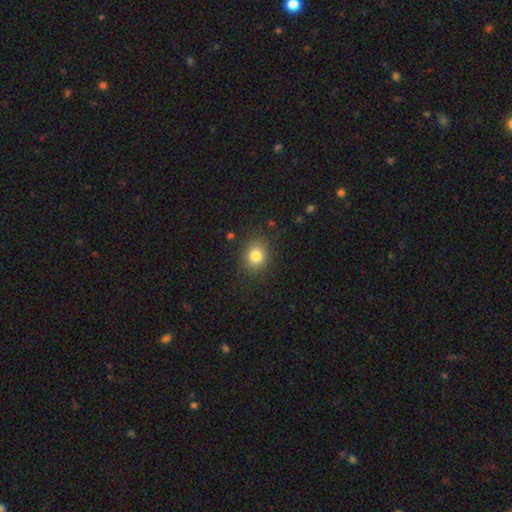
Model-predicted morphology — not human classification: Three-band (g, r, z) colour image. It shows a smooth galaxy with no disk features (82%) that is round (65%). Merging: none (86%).